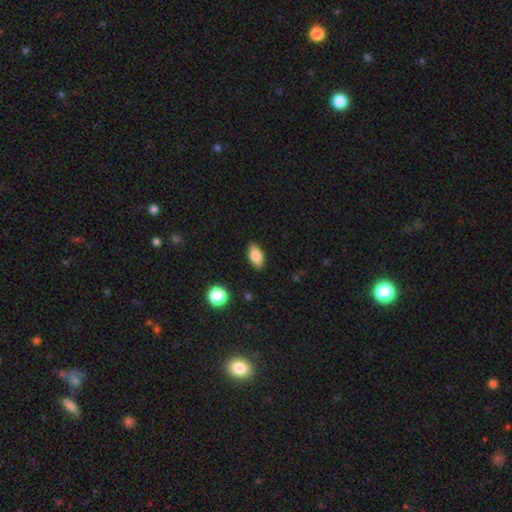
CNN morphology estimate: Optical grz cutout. It shows a smooth galaxy with no disk features (81%) that is in between round and cigar-shaped (90%). Merging: none (87%).